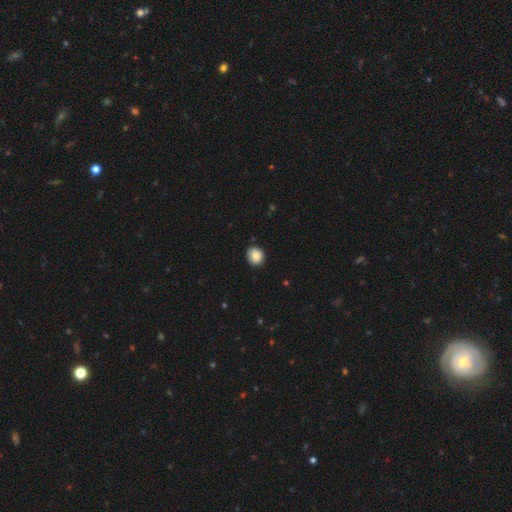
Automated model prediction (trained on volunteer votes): Q: Smooth or featured?
A: smooth (85%); runner-up: star or artifact (8%)
Q: How rounded?
A: round (80%); runner-up: in between (19%)
Q: Merging?
A: none (85%); runner-up: minor disturbance (12%)